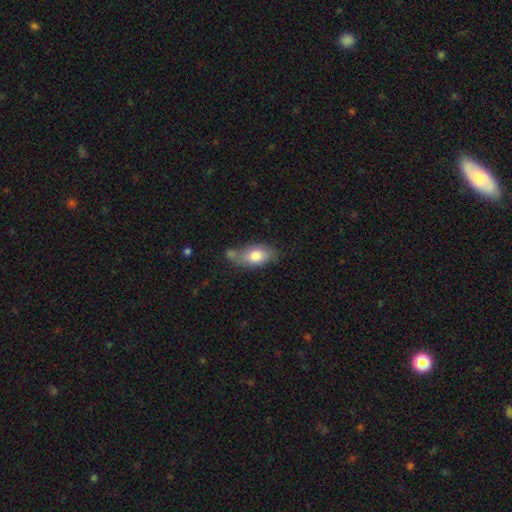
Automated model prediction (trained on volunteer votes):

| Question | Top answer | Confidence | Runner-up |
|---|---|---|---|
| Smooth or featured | smooth | 75% | featured or disk (18%) |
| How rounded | in between | 88% | round (7%) |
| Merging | none | 48% | minor disturbance (25%) |